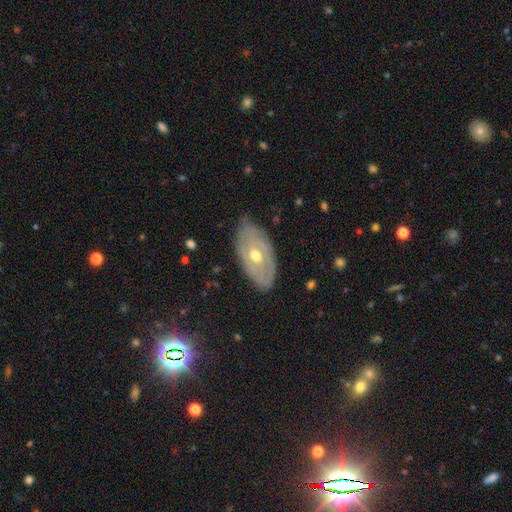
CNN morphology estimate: Smooth or featured? featured or disk (76%)
Edge-on disk? no (90%)
Bar? no (67%)
Spiral arms? yes (68%)
Bulge size? moderate (75%)
Merging? none (74%)